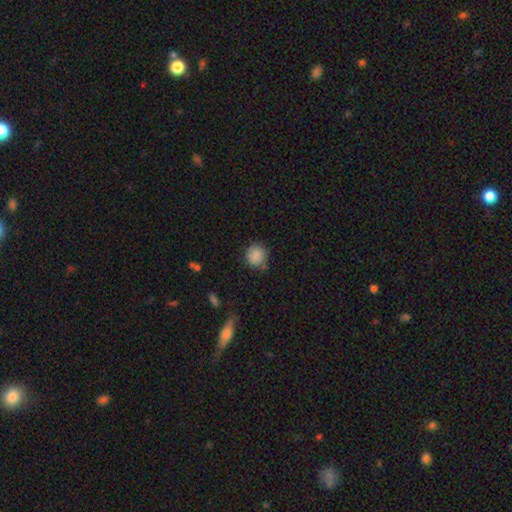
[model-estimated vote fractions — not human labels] Q: Smooth or featured?
A: smooth (87%); runner-up: star or artifact (9%)
Q: How rounded?
A: round (87%); runner-up: in between (12%)
Q: Merging?
A: none (79%); runner-up: minor disturbance (15%)